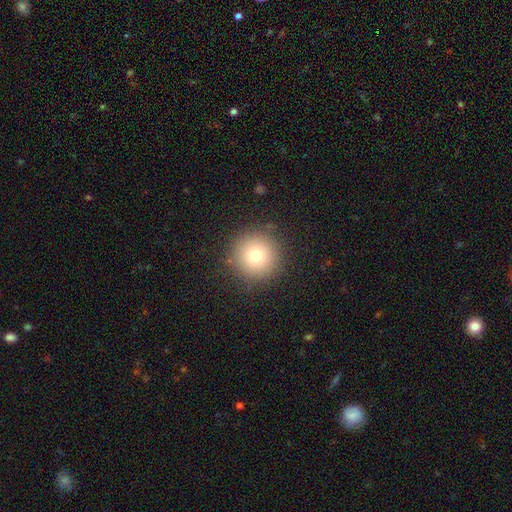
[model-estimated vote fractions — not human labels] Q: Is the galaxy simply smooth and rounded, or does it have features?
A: smooth — 75%.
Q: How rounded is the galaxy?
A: round — 96%.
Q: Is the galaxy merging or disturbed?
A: none — 89%.